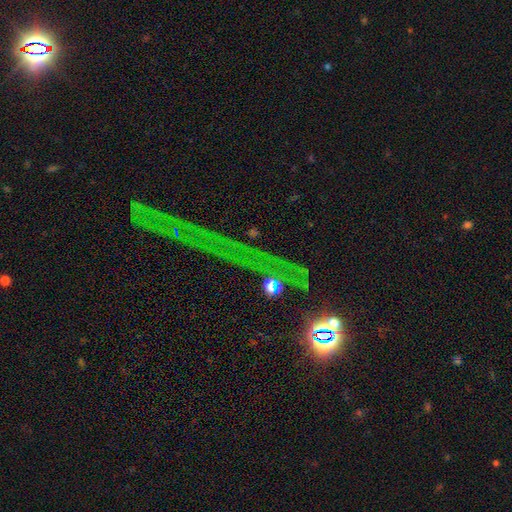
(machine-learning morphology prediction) Smooth or featured?
  - star or artifact: 80% *
  - smooth: 11%
  - featured or disk: 10%